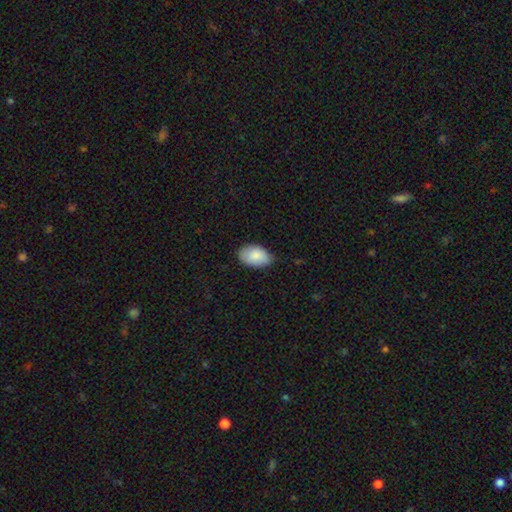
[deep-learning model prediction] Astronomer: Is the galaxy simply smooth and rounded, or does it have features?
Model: smooth — 87%.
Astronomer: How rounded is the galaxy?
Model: in between — 93%.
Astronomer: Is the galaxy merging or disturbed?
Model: none — 76%.